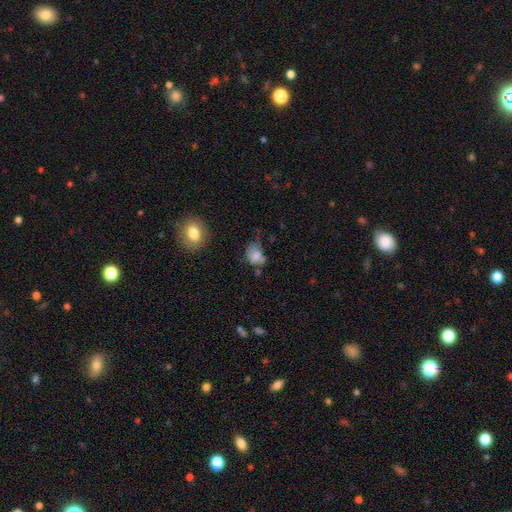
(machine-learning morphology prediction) smooth-or-featured: smooth: 72% | featured or disk: 16% | star or artifact: 11%
  how-rounded: in between: 59% | round: 40% | cigar-shaped: 1%
  merging: none: 35% | minor disturbance: 34% | major disturbance: 21% | merger: 10%